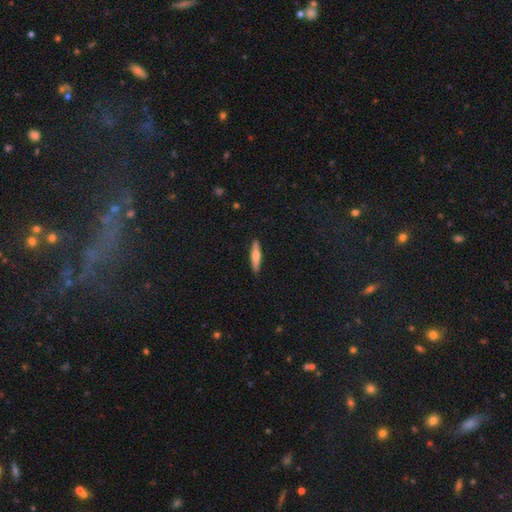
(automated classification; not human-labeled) Smooth or featured: smooth — 55% (featured or disk — 39%)
How rounded: cigar-shaped — 84% (in between — 14%)
Merging: none — 91% (minor disturbance — 7%)